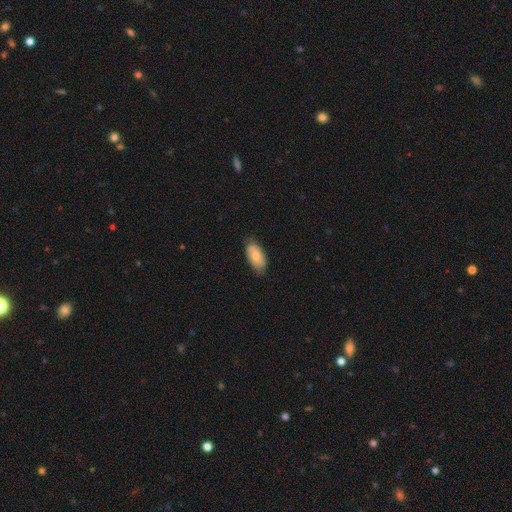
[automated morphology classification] This is likely a smooth galaxy (74%). How rounded: clearly in between (92%). Merging: likely none (76%).